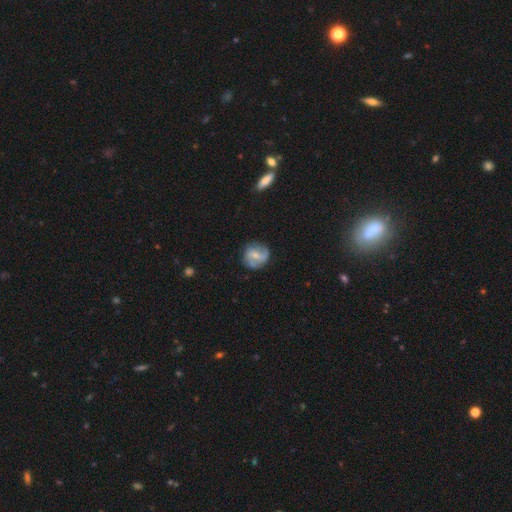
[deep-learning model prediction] Overall: featured or disk (63%; smooth 30%). Edge-on disk: no (97%). Bar: weak (47%; no 37%). Spiral arms: yes (83%). Spiral arm count: 2 (70%). Spiral winding: medium (41%; loose 38%). Bulge size: small (50%; moderate 40%). Merging: none (72%).